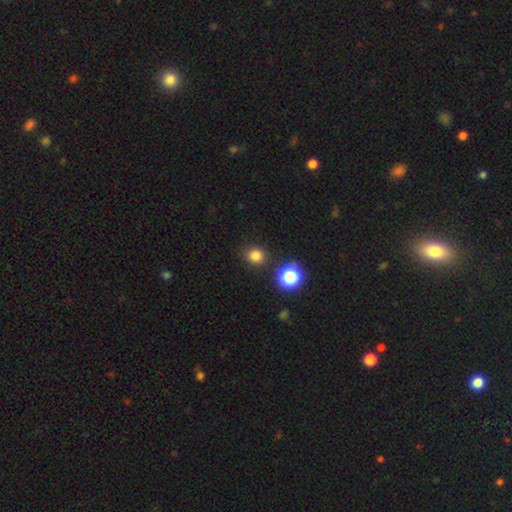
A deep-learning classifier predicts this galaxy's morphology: smooth 79%, star or artifact 16%, featured or disk 4%. Down the decision tree: how rounded — round (84%); merging — none (87%).